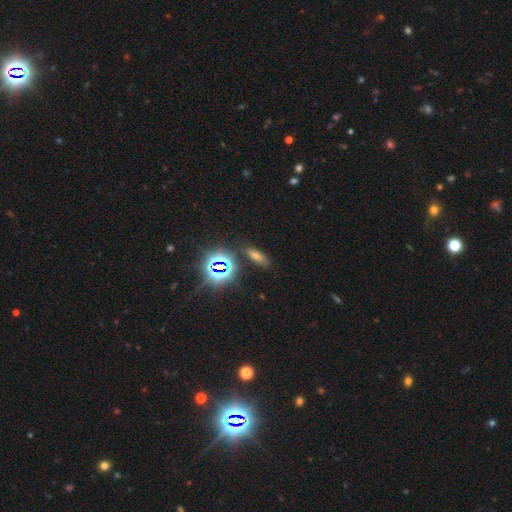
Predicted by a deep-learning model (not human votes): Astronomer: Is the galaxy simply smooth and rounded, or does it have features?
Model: smooth — 46% (runner-up: star or artifact, 40%).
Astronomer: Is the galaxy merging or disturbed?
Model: none — 81%.